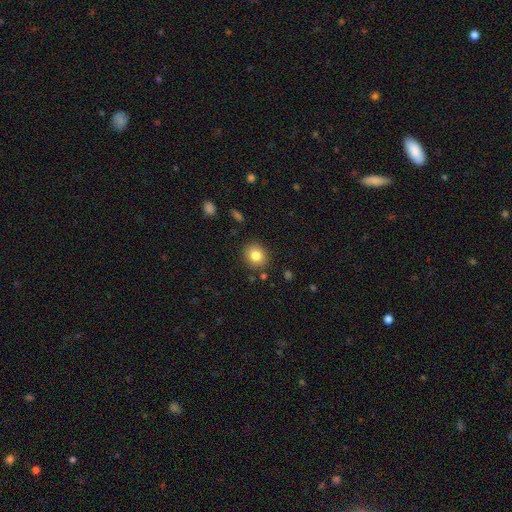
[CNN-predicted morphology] This is clearly a smooth galaxy (81%). How rounded: likely round (76%). Merging: clearly none (87%).